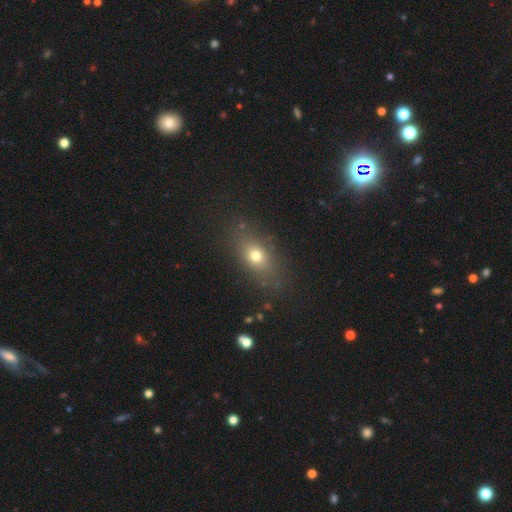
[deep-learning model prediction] This is likely a smooth galaxy (70%). How rounded: likely in between (69%). Merging: clearly none (81%).